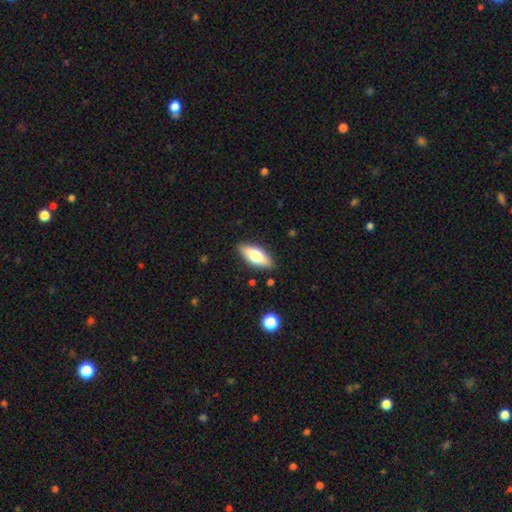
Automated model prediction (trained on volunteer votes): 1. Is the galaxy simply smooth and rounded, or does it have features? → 73% smooth, 21% featured or disk, 6% star or artifact.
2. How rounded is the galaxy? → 79% in between, 19% cigar-shaped, 2% round.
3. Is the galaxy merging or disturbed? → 87% none, 10% minor disturbance, 2% major disturbance, 1% merger.